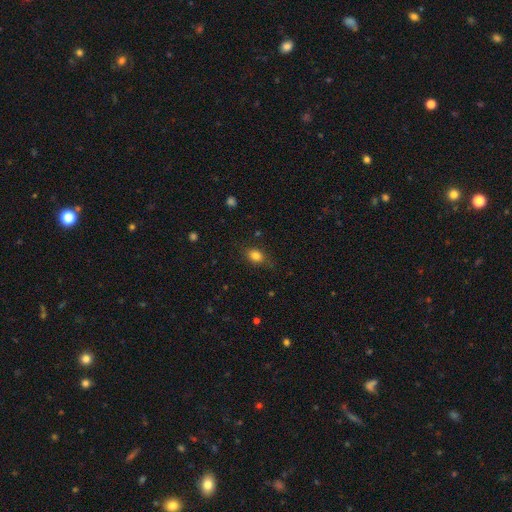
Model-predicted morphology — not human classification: The model was most divided on "how rounded": in between: 69%, round: 29%, cigar-shaped: 2%. More confident: smooth or featured — smooth (82%); merging — none (77%).